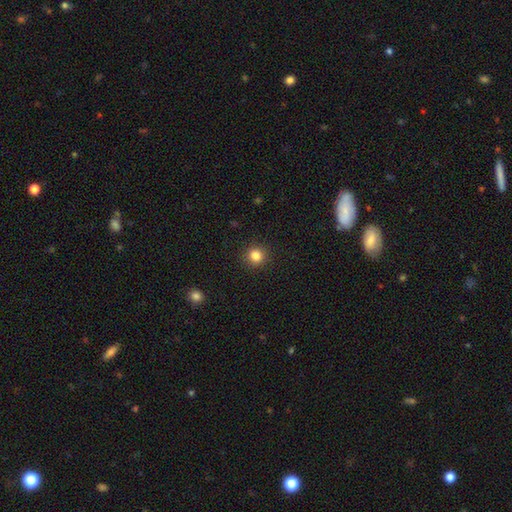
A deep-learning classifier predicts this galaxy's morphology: smooth 83%, star or artifact 12%, featured or disk 5%. Down the decision tree: how rounded — round (90%); merging — none (91%).